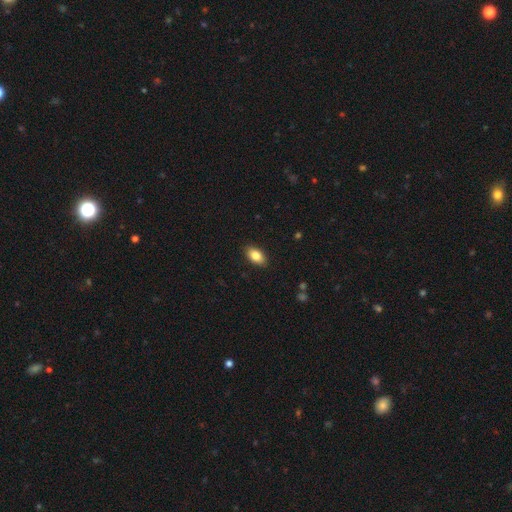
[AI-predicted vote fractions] A smooth galaxy with no disk features (84%) that is in between round and cigar-shaped (92%). Merging: none (89%).